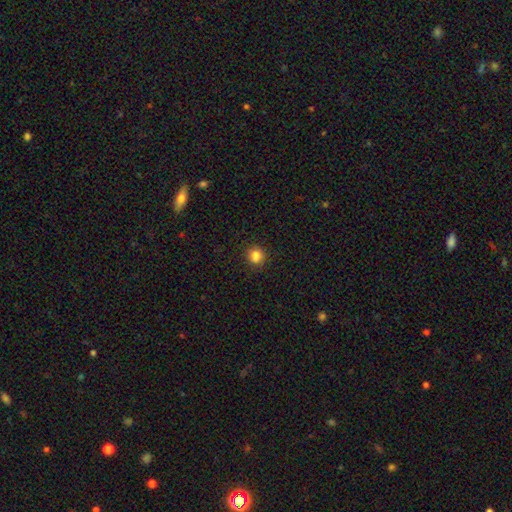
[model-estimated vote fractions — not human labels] Smooth or featured?
  - smooth: 83% *
  - star or artifact: 12%
  - featured or disk: 5%
How rounded?
  - round: 84% *
  - in between: 15%
  - cigar-shaped: 1%
Merging?
  - none: 84% *
  - minor disturbance: 9%
  - merger: 4%
  - major disturbance: 2%